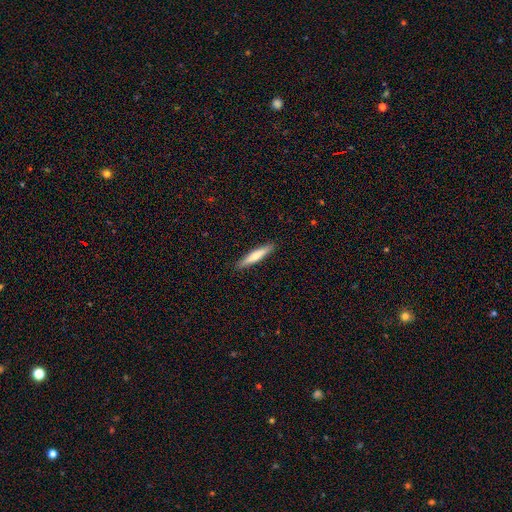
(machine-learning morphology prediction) Overall: smooth (64%; featured or disk 30%). How rounded: cigar-shaped (91%). Merging: none (91%).